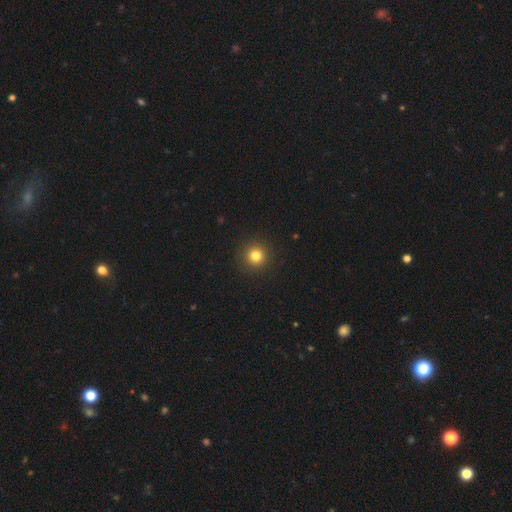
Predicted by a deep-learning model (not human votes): A smooth galaxy with no disk features (81%) that is round (95%). Merging: none (93%).